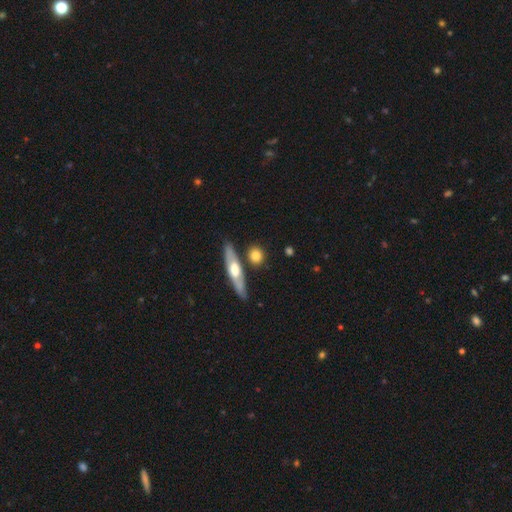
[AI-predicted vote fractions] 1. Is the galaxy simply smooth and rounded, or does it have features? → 69% smooth, 25% featured or disk, 7% star or artifact.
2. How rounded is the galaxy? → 53% round, 23% in between, 23% cigar-shaped.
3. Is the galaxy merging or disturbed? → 76% none, 11% minor disturbance, 10% merger, 3% major disturbance.